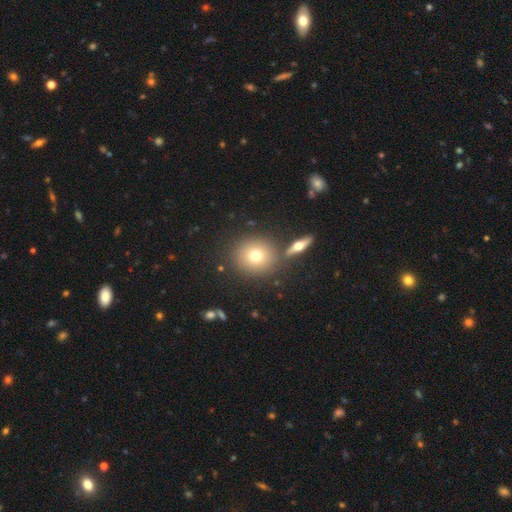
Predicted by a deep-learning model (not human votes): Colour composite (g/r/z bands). It shows a smooth galaxy with no disk features (71%) that is round (87%). Merging: none (79%).